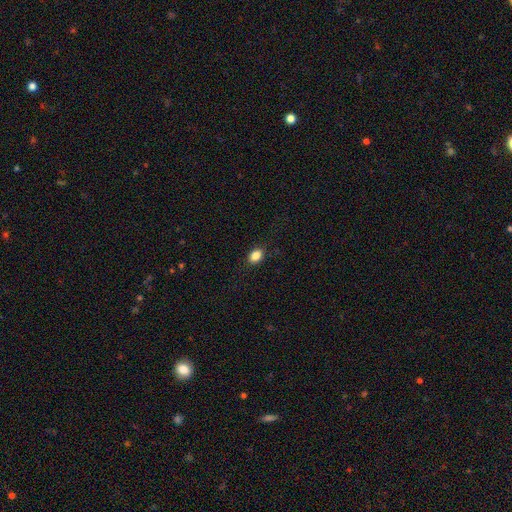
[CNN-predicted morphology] The model was most divided on "how rounded": in between: 70%, round: 29%, cigar-shaped: 1%. More confident: merging — none (87%); smooth or featured — smooth (86%).